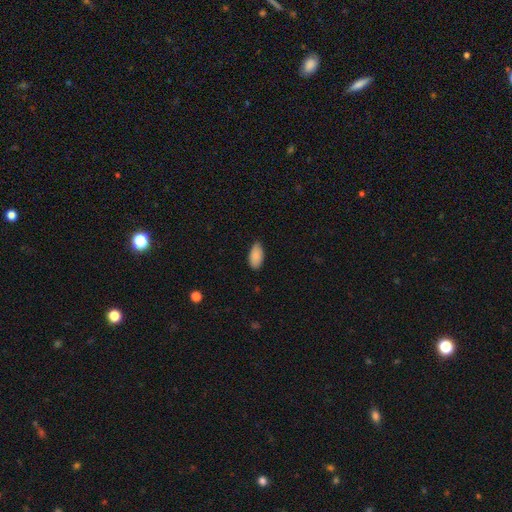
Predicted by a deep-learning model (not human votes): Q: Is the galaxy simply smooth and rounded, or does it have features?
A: smooth — 86%.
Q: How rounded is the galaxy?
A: in between — 94%.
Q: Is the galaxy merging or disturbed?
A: none — 82%.